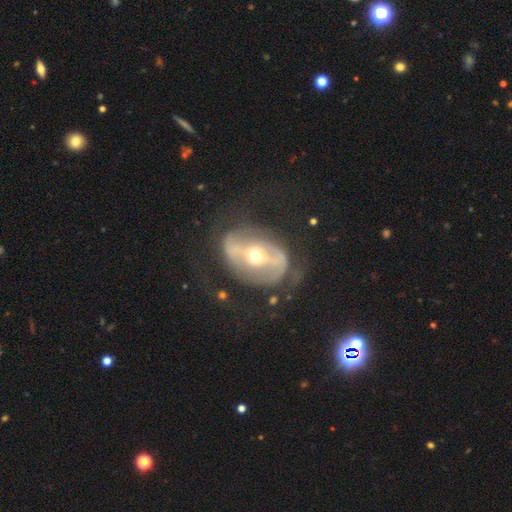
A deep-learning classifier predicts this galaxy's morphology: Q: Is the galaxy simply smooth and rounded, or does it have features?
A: featured or disk — 78%.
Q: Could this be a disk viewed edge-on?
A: no — 93%.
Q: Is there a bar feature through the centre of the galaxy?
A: strong — 56%.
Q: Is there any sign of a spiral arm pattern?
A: yes — 61%.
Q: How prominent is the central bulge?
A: moderate — 50%.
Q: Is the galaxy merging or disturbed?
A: none — 62%.